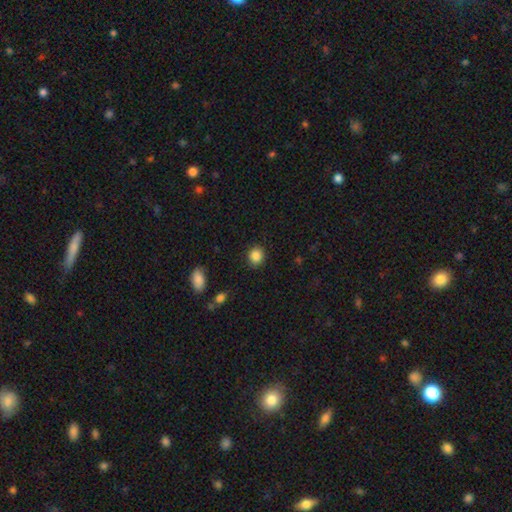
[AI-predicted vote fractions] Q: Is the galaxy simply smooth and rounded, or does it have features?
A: smooth — 87%.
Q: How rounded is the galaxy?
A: round — 76%.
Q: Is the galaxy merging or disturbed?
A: none — 86%.